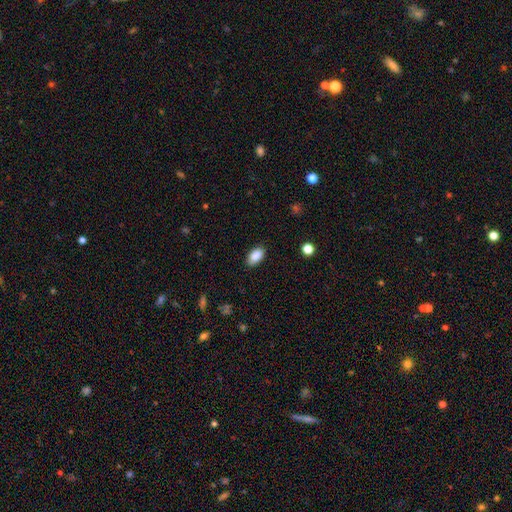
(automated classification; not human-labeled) Smooth or featured? Predicted: smooth (p=0.88). How rounded? Predicted: in between (p=0.93). Merging? Predicted: none (p=0.87).